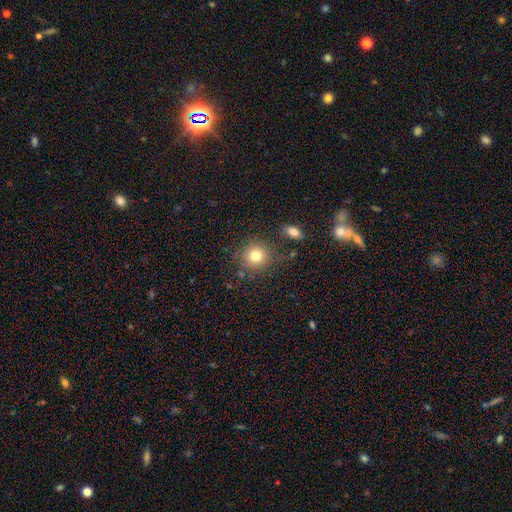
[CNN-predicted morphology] Smooth or featured? Predicted: smooth (p=0.79). How rounded? Predicted: round (p=0.89). Merging? Predicted: none (p=0.80).